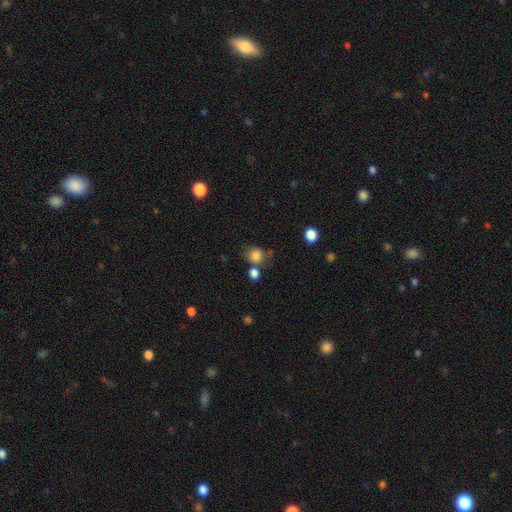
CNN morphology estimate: Overall: smooth (83%). How rounded: round (78%). Merging: none (65%).